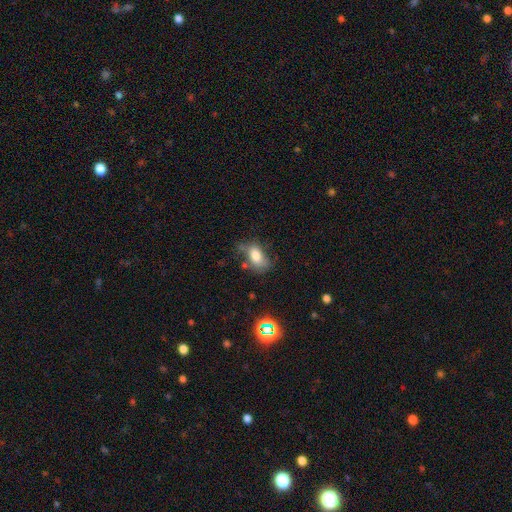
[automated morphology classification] type=smooth (73%); roundness=in between (87%); merging=none (51%).